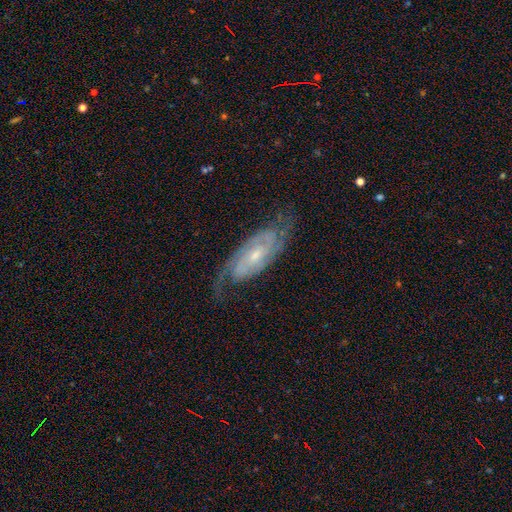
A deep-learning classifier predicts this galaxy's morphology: Smooth or featured: featured or disk — 86% (star or artifact — 7%)
Edge-on disk: no — 92% (yes — 8%)
Bar: no — 51% (weak — 36%)
Spiral arms: yes — 97% (no — 3%)
Spiral winding: tight — 52% (medium — 38%)
Spiral arm count: 2 — 79% (can't tell — 9%)
Bulge size: small — 59% (moderate — 36%)
Merging: none — 78% (minor disturbance — 15%)